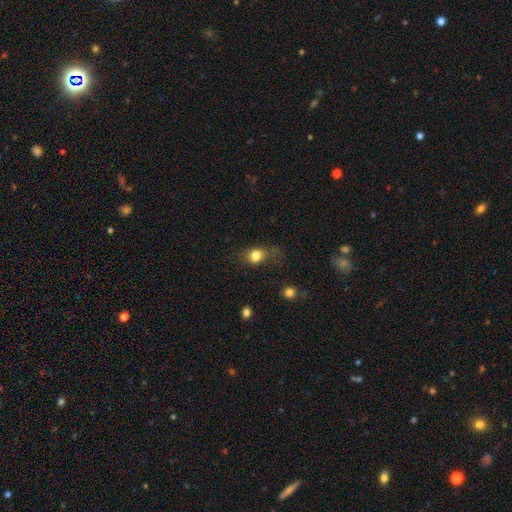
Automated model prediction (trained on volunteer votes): Smooth or featured? smooth (79%)
How rounded? in between (51%)
Merging? none (51%)